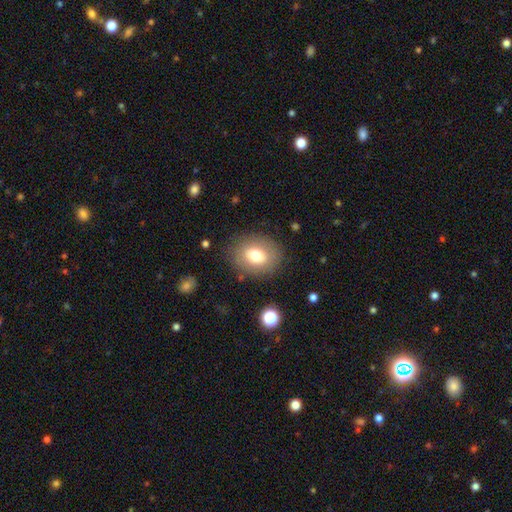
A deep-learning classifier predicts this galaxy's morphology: This is likely a smooth galaxy (72%). How rounded: possibly in between (51%). Merging: clearly none (82%).